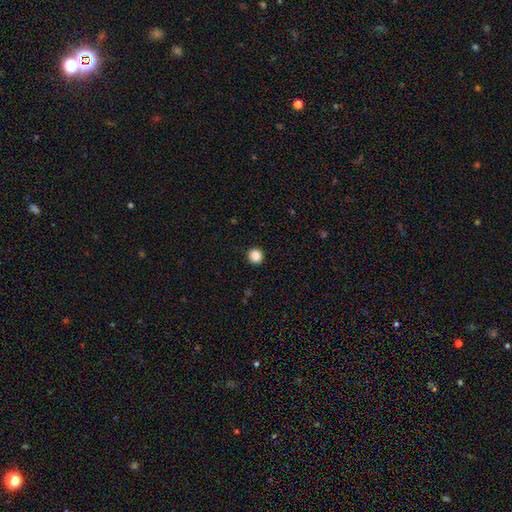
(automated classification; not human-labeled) The model was most divided on "smooth or featured": smooth: 88%, star or artifact: 10%, featured or disk: 2%. More confident: how rounded — round (91%); merging — none (91%).